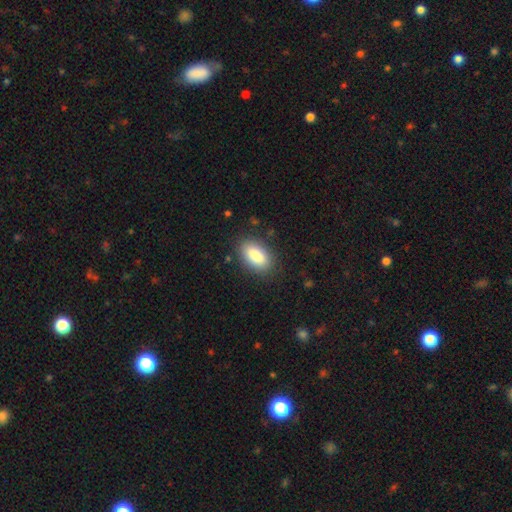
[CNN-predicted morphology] The model was most divided on "merging": none: 86%, minor disturbance: 10%, major disturbance: 3%, merger: 1%. More confident: how rounded — in between (93%); smooth or featured — smooth (87%).